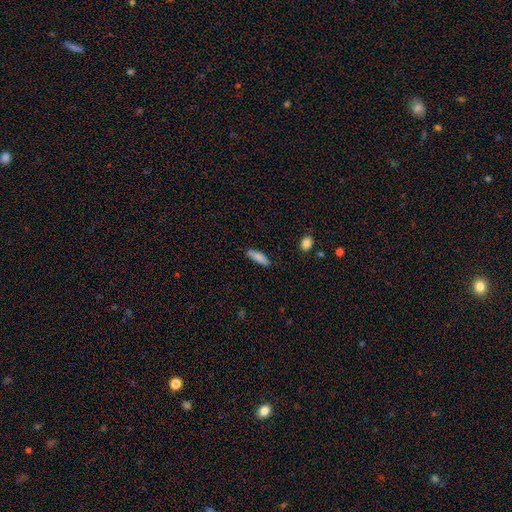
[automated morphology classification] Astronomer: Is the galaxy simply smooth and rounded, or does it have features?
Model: smooth — 81%.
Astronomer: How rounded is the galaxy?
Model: cigar-shaped — 59% (runner-up: in between, 39%).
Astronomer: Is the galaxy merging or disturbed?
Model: none — 81%.